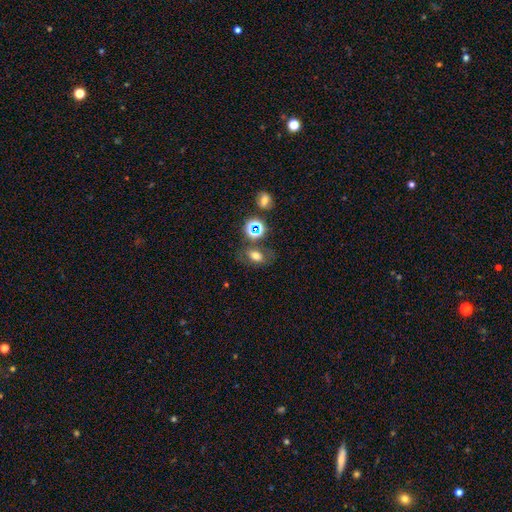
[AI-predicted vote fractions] A smooth galaxy with no disk features (60%) that is in between round and cigar-shaped (76%). Merging: none (64%).